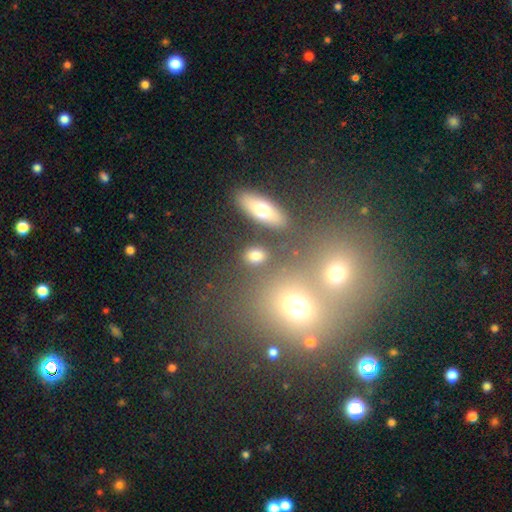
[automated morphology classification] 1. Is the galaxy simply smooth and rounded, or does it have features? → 76% smooth, 14% star or artifact, 10% featured or disk.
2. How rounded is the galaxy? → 62% in between, 34% round, 5% cigar-shaped.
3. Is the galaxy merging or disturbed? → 79% none, 10% minor disturbance, 7% merger, 4% major disturbance.